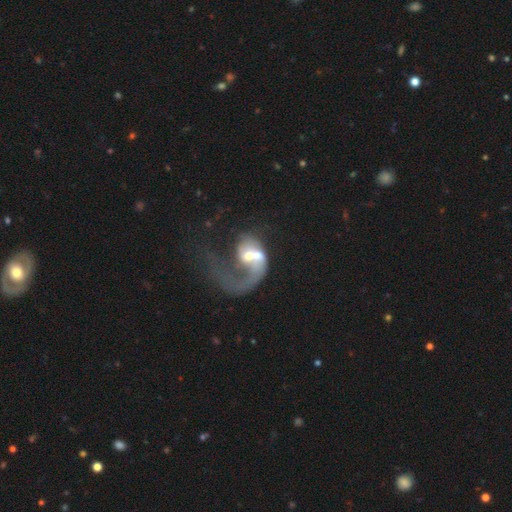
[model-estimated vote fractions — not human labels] Morphology: type=featured or disk (68%); edge-on=no (97%); bar=no (67%); spiral arms=yes (74%); bulge=moderate (57%); merging=merger (51%).